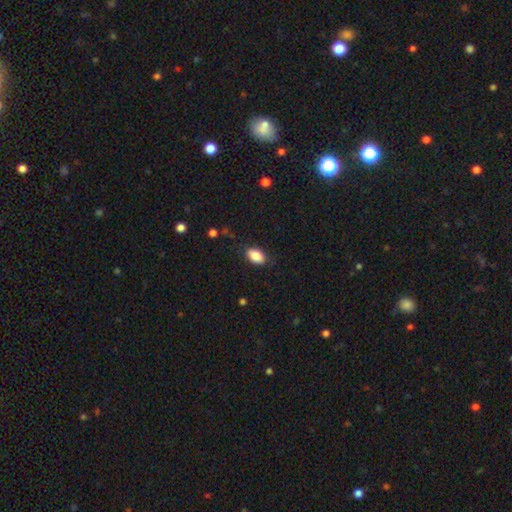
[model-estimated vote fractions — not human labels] Smooth or featured? smooth (87%)
How rounded? in between (90%)
Merging? none (84%)